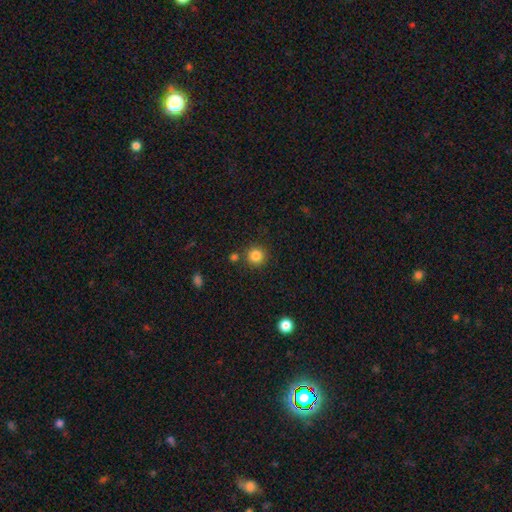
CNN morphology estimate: A smooth galaxy with no disk features (84%) that is round (94%).

Vote fractions:
- Smooth or featured? smooth: 84% / star or artifact: 12% / featured or disk: 4%
- How rounded? round: 94% / in between: 5% / cigar-shaped: 1%
- Merging? none: 85% / minor disturbance: 7% / merger: 6% / major disturbance: 2%